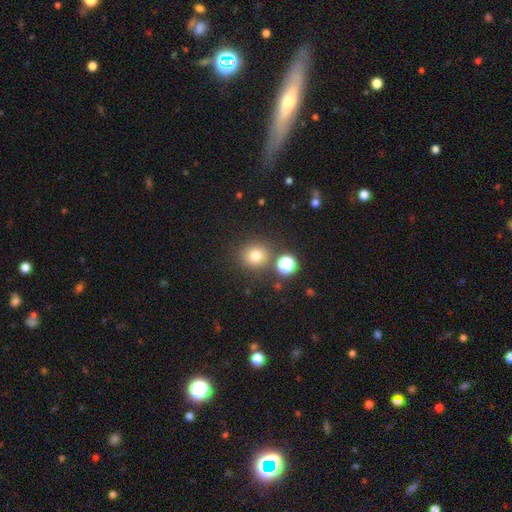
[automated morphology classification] smooth_or_featured: smooth (p=0.75) [alt: star or artifact p=0.17]
how_rounded: round (p=0.89) [alt: in between p=0.10]
merging: none (p=0.80) [alt: merger p=0.08]